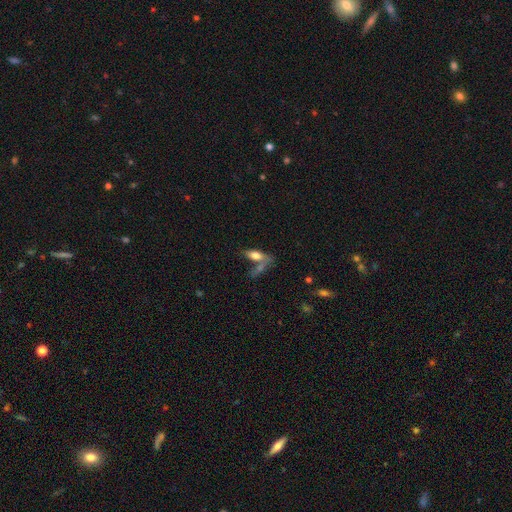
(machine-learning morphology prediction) smooth-or-featured: smooth: 69% | featured or disk: 22% | star or artifact: 9%
  how-rounded: in between: 71% | cigar-shaped: 25% | round: 4%
  merging: none: 40% | merger: 36% | minor disturbance: 14% | major disturbance: 10%